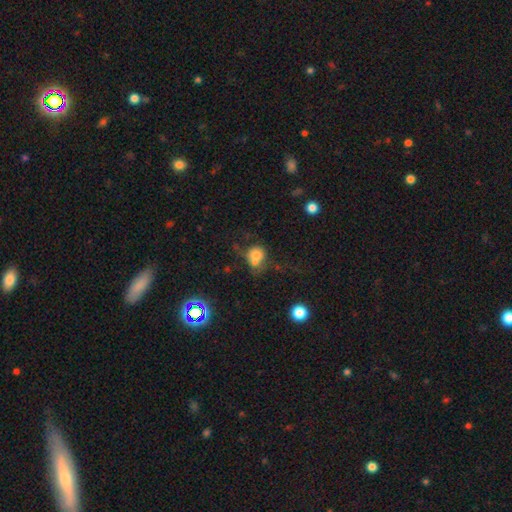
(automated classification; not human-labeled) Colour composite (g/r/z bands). It shows a smooth galaxy with no disk features (69%) that is round (69%). Merging: merger (38%).